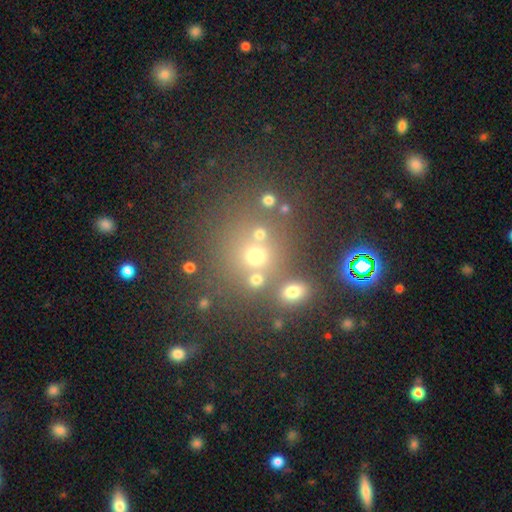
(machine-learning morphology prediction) Overall: smooth (48%; star or artifact 38%). Merging: none (62%; merger 23%).